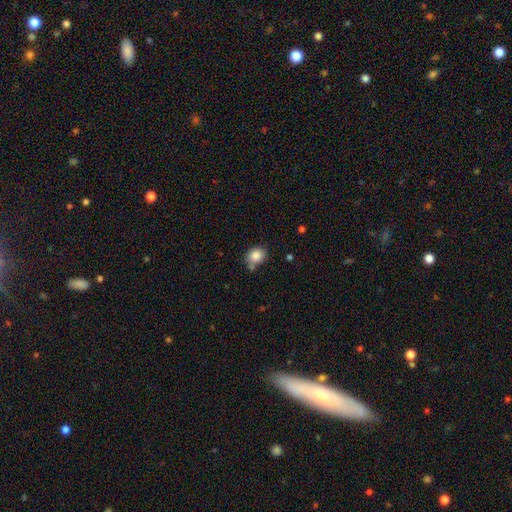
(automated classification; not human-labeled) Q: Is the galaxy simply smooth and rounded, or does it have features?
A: smooth — 85%.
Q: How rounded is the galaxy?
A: round — 62%.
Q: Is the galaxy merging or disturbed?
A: none — 59%.